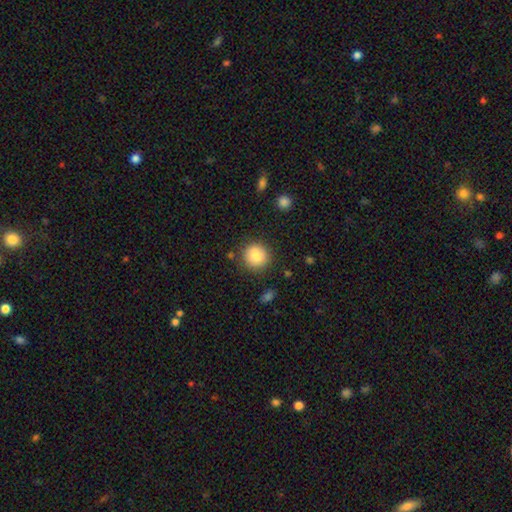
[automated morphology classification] Overall: smooth (84%). How rounded: round (93%). Merging: none (86%).